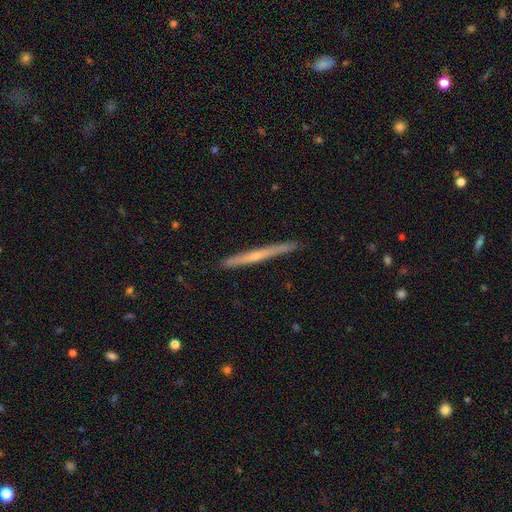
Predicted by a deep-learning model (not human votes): A featured or disk galaxy (67%) viewed edge-on (98%) with a rounded central bulge (58%).

Vote fractions:
- Smooth or featured? featured or disk: 67% / smooth: 27% / star or artifact: 6%
- Edge-on disk? yes: 98% / no: 2%
- Edge-on bulge? rounded: 58% / none: 37% / boxy: 5%
- Merging? none: 90% / minor disturbance: 8% / major disturbance: 1% / merger: 1%